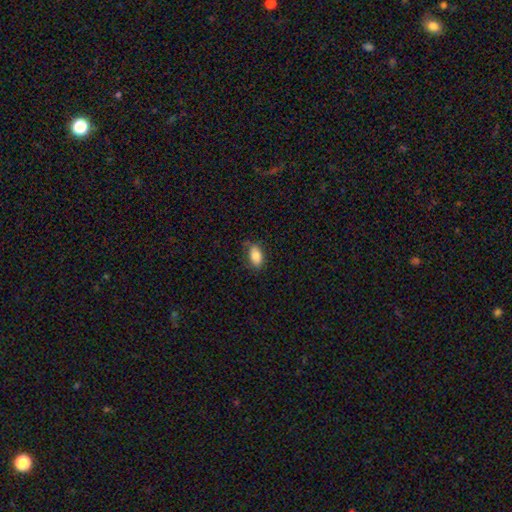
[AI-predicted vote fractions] This appears to be a smooth galaxy with no disk features (83%) that is in between round and cigar-shaped (91%). Merging: none (72%).